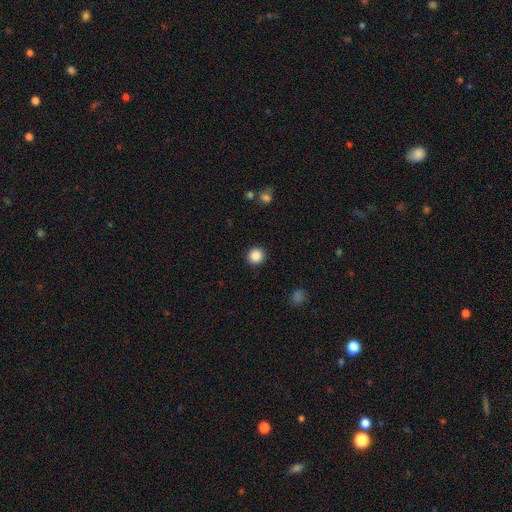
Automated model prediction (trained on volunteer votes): Smooth or featured? smooth (87%)
How rounded? round (94%)
Merging? none (92%)